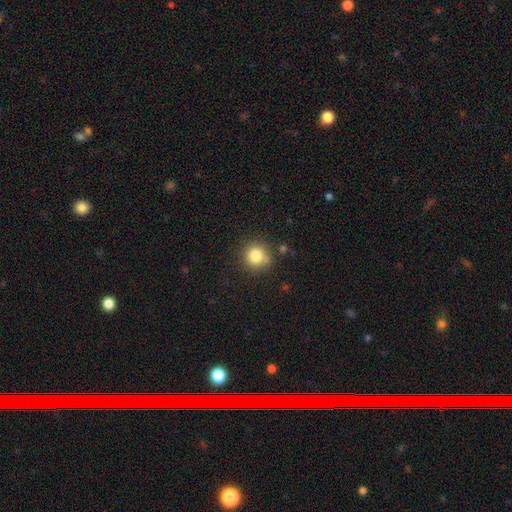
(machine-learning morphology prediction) A smooth galaxy with no disk features (82%) that is round (90%).

Vote fractions:
- Smooth or featured? smooth: 82% / star or artifact: 11% / featured or disk: 7%
- How rounded? round: 90% / in between: 9% / cigar-shaped: 1%
- Merging? none: 76% / minor disturbance: 15% / merger: 5% / major disturbance: 4%